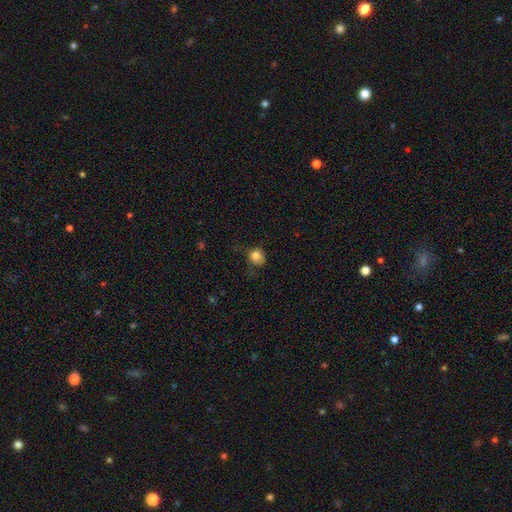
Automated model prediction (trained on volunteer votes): Smooth or featured: smooth — 80% (star or artifact — 11%)
How rounded: round — 71% (in between — 28%)
Merging: none — 48% (minor disturbance — 31%)